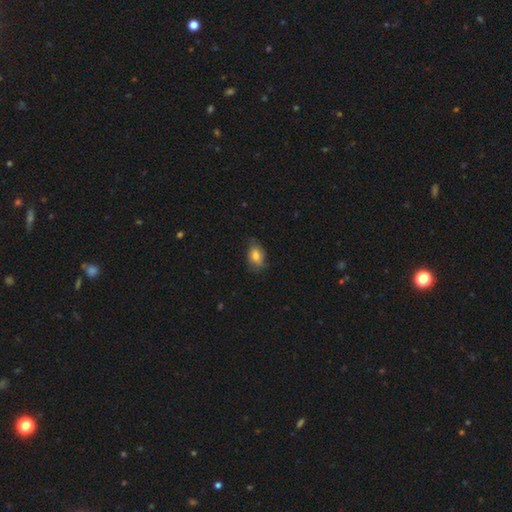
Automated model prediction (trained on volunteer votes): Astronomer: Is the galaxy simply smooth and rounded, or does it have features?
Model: smooth — 76%.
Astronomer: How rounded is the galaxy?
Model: in between — 86%.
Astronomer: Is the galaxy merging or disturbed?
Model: none — 63%.